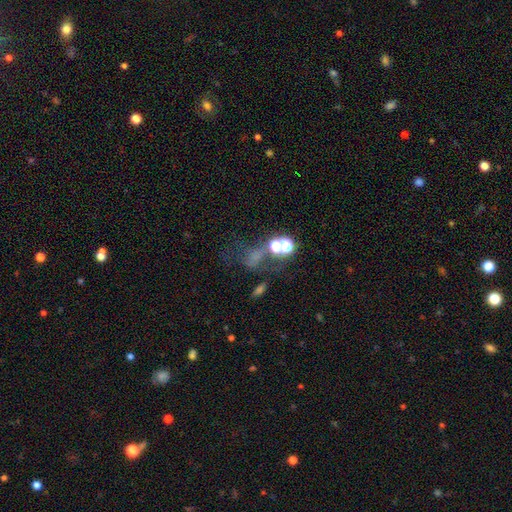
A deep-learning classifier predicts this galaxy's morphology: A smooth galaxy with no disk features (38%, tied with star or artifact).

Vote fractions:
- Smooth or featured? smooth: 38% (tied) / star or artifact: 38% (tied) / featured or disk: 24%
- Merging? none: 34% / major disturbance: 29% / merger: 24% / minor disturbance: 14%